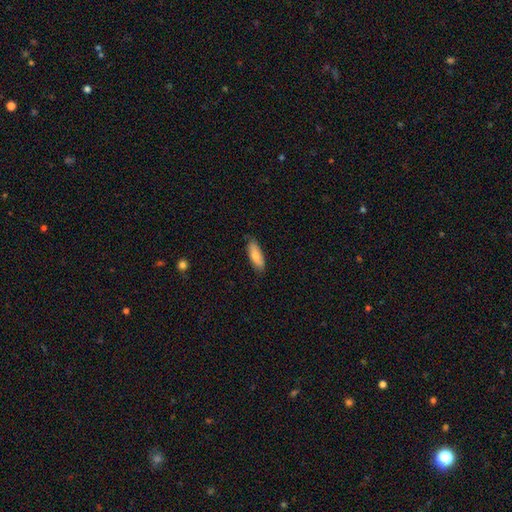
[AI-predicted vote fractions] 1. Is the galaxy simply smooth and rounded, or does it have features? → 83% smooth, 12% featured or disk, 6% star or artifact.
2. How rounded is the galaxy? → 61% in between, 37% cigar-shaped, 2% round.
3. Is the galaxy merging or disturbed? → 83% none, 14% minor disturbance, 2% major disturbance, 1% merger.